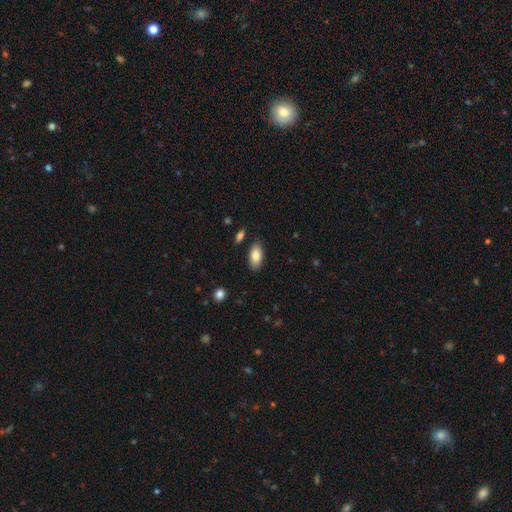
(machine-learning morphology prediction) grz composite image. It shows a smooth galaxy with no disk features (85%) that is in between round and cigar-shaped (93%). Merging: none (86%).